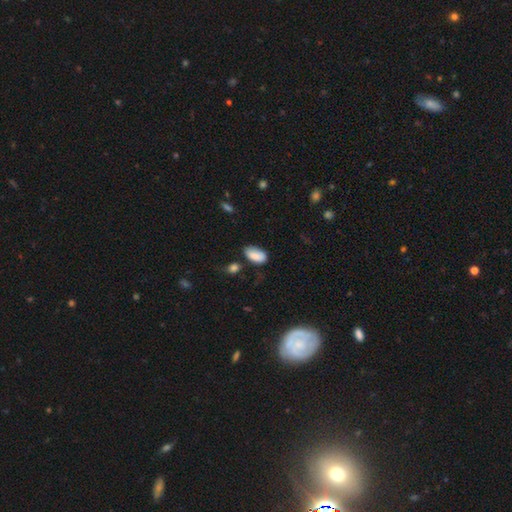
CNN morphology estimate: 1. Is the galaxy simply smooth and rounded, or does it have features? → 86% smooth, 8% star or artifact, 6% featured or disk.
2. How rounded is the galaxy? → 94% in between, 4% round, 2% cigar-shaped.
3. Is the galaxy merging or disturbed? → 58% none, 29% minor disturbance, 7% major disturbance, 5% merger.